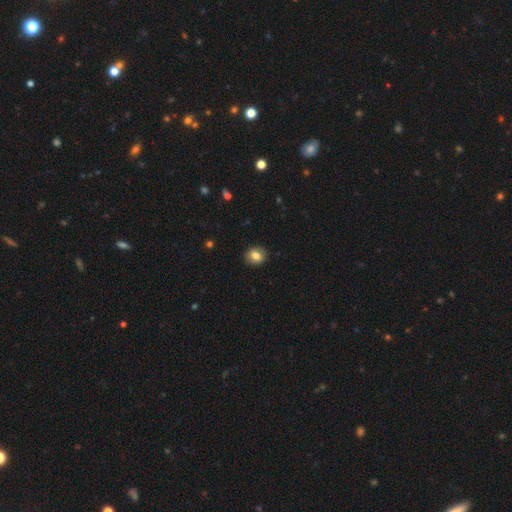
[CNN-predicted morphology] This appears to be a smooth galaxy with no disk features (80%) that is round (72%). Merging: none (90%).